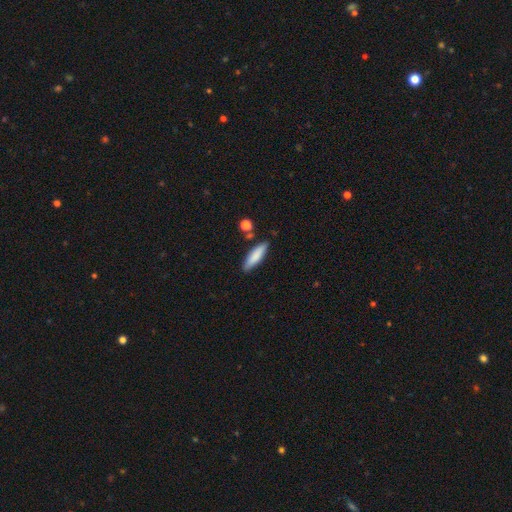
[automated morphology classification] Overall: smooth (80%). How rounded: cigar-shaped (67%; in between 32%). Merging: none (83%).